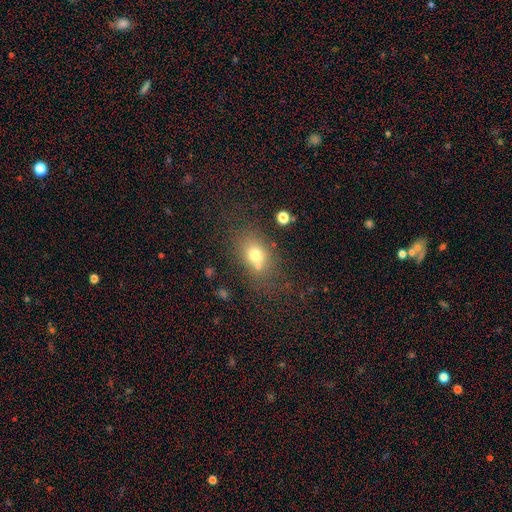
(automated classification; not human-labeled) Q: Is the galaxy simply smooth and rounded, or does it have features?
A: smooth — 71%.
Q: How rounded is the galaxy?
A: in between — 63%.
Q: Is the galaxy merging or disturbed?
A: none — 55%.